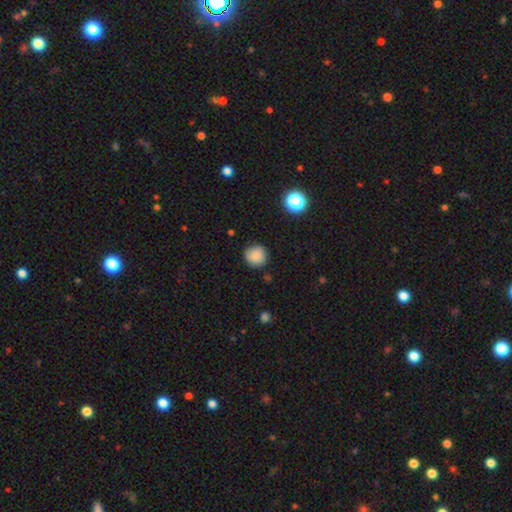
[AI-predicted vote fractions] The model was most divided on "merging": none: 84%, minor disturbance: 11%, major disturbance: 3%, merger: 2%. More confident: how rounded — round (93%); smooth or featured — smooth (84%).